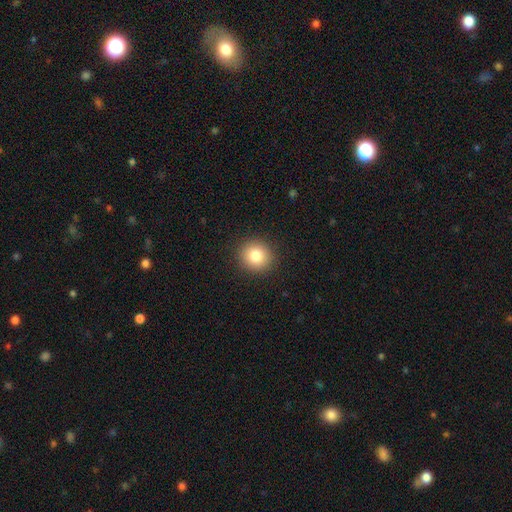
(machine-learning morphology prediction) Smooth or featured: smooth — 83% (star or artifact — 10%)
How rounded: round — 89% (in between — 10%)
Merging: none — 92% (minor disturbance — 6%)